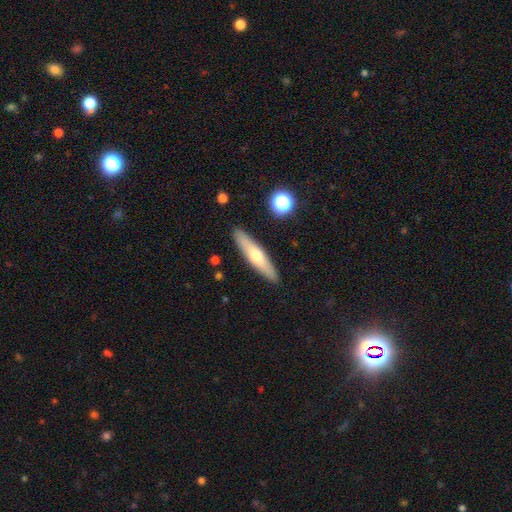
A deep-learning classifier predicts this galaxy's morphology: Smooth or featured?
  - smooth: 54% *
  - featured or disk: 40%
  - star or artifact: 6%
How rounded?
  - cigar-shaped: 80% *
  - in between: 18%
  - round: 2%
Merging?
  - none: 90% *
  - minor disturbance: 7%
  - major disturbance: 2%
  - merger: 1%